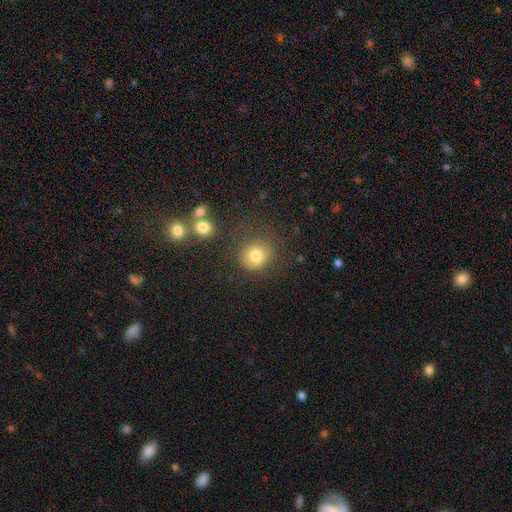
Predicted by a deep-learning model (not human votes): Q: Smooth or featured?
A: smooth (79%); runner-up: star or artifact (12%)
Q: How rounded?
A: round (82%); runner-up: in between (18%)
Q: Merging?
A: none (73%); runner-up: minor disturbance (15%)